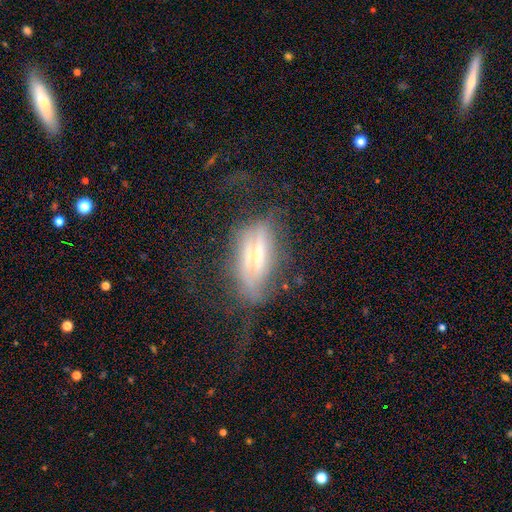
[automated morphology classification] Smooth or featured? featured or disk (59%)
Edge-on disk? yes (69%)
Merging? none (44%)